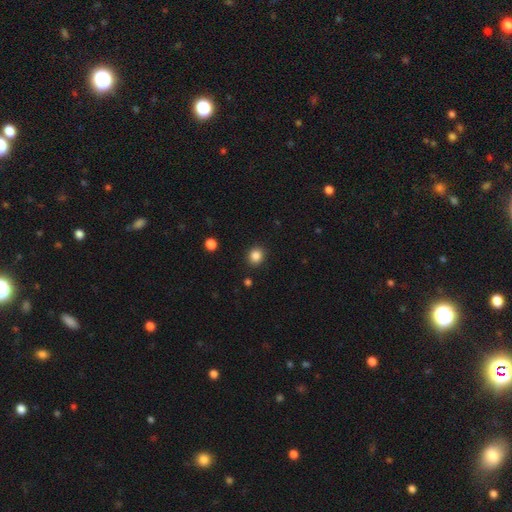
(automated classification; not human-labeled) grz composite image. It shows a smooth galaxy with no disk features (85%) that is round (80%). Merging: none (90%).